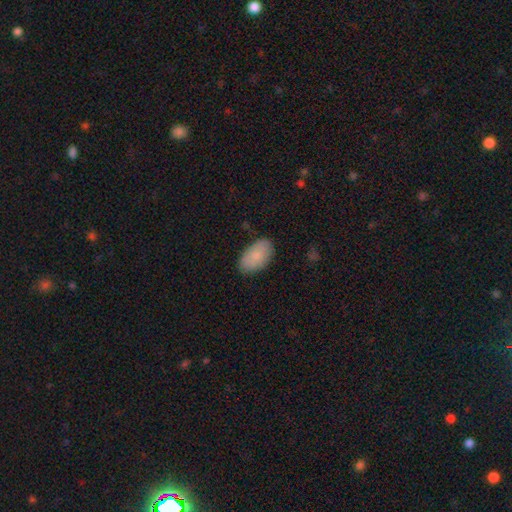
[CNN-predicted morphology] smooth_or_featured: smooth (p=0.84) [alt: featured or disk p=0.09]
how_rounded: in between (p=0.95) [alt: round p=0.04]
merging: none (p=0.83) [alt: minor disturbance p=0.13]